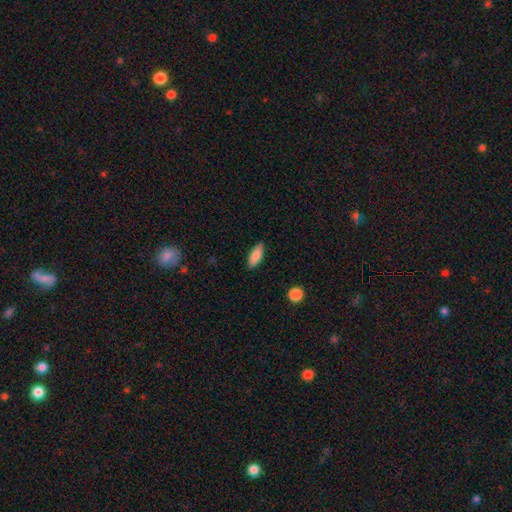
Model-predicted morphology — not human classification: Smooth or featured?
  - smooth: 84% *
  - featured or disk: 9%
  - star or artifact: 7%
How rounded?
  - in between: 75% *
  - cigar-shaped: 23%
  - round: 2%
Merging?
  - none: 87% *
  - minor disturbance: 10%
  - major disturbance: 2%
  - merger: 1%